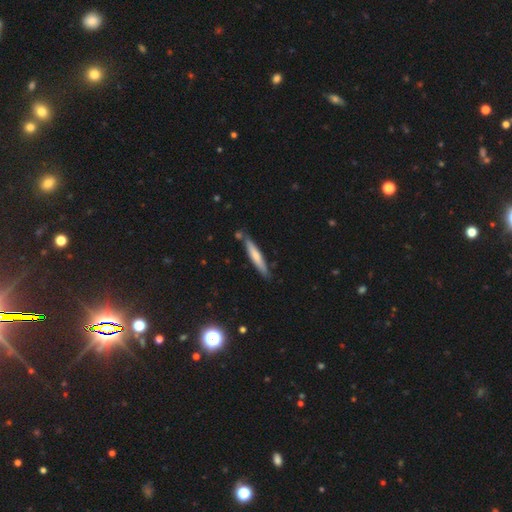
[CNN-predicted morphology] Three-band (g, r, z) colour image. It shows a smooth galaxy with no disk features (61%) that is cigar-shaped (92%). Merging: none (78%).